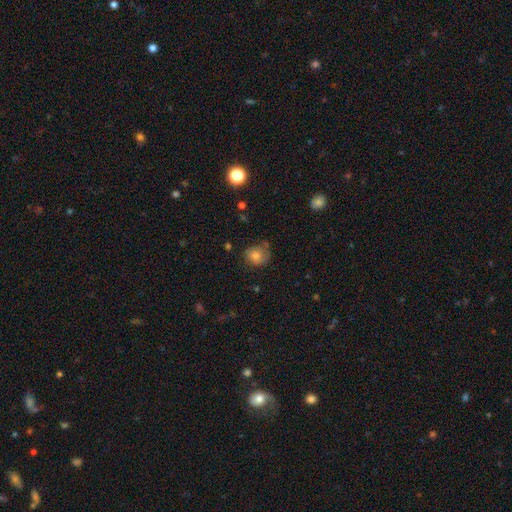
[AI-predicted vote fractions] Smooth or featured?
  - smooth: 73% *
  - featured or disk: 15%
  - star or artifact: 12%
How rounded?
  - round: 74% *
  - in between: 25%
  - cigar-shaped: 1%
Merging?
  - none: 62% *
  - minor disturbance: 25%
  - major disturbance: 9%
  - merger: 5%